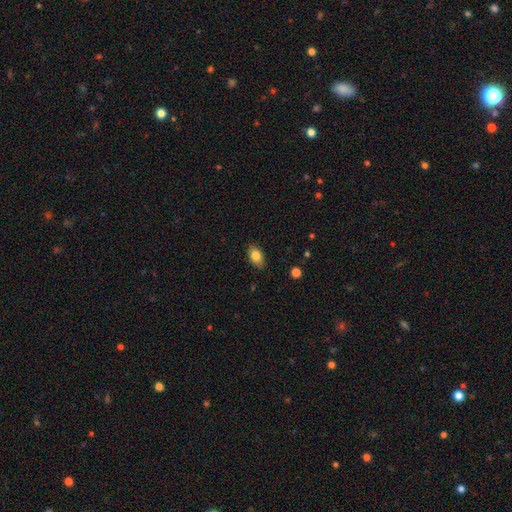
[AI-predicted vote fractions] smooth-or-featured: smooth: 82% | featured or disk: 10% | star or artifact: 8%
  how-rounded: in between: 88% | round: 9% | cigar-shaped: 2%
  merging: none: 85% | minor disturbance: 12% | major disturbance: 2% | merger: 1%